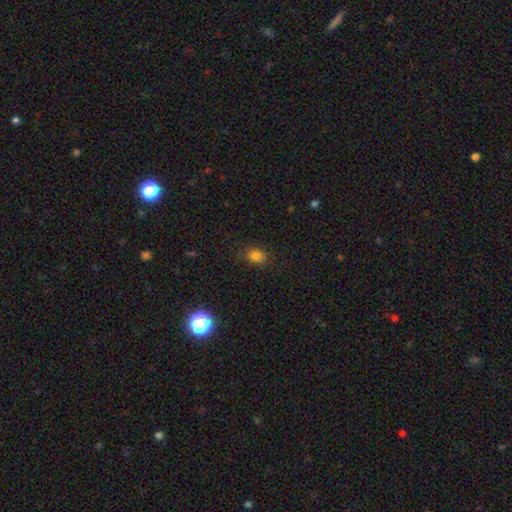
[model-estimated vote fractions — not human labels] smooth-or-featured: smooth: 81% | star or artifact: 13% | featured or disk: 5%
  how-rounded: in between: 63% | round: 35% | cigar-shaped: 1%
  merging: none: 82% | minor disturbance: 13% | major disturbance: 3% | merger: 1%